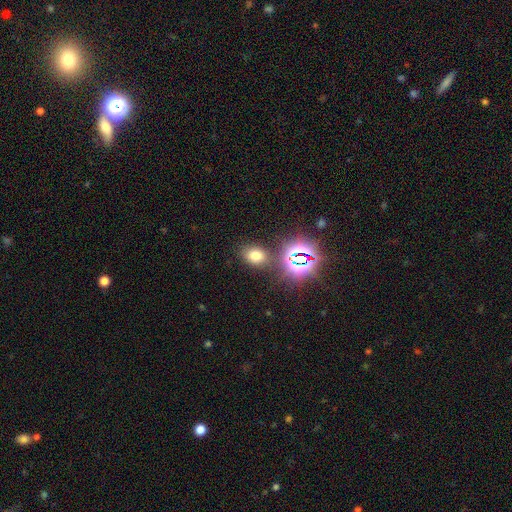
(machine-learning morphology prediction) A smooth galaxy with no disk features (65%) that is in between round and cigar-shaped (60%).

Vote fractions:
- Smooth or featured? smooth: 65% / star or artifact: 26% / featured or disk: 9%
- How rounded? in between: 60% / round: 39% / cigar-shaped: 1%
- Merging? none: 78% / minor disturbance: 11% / merger: 7% / major disturbance: 4%